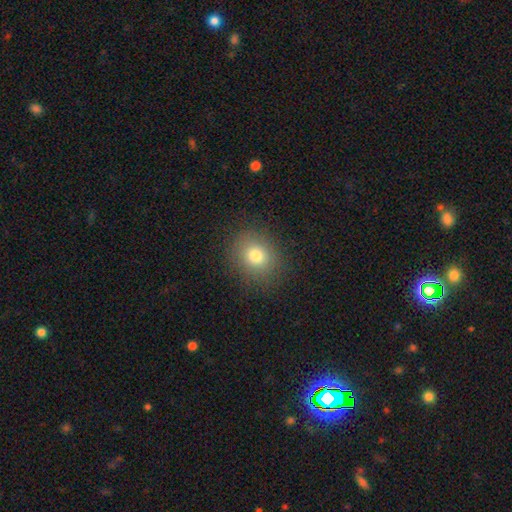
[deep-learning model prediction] Smooth or featured? Predicted: smooth (p=0.77). How rounded? Predicted: round (p=0.70). Merging? Predicted: none (p=0.86).